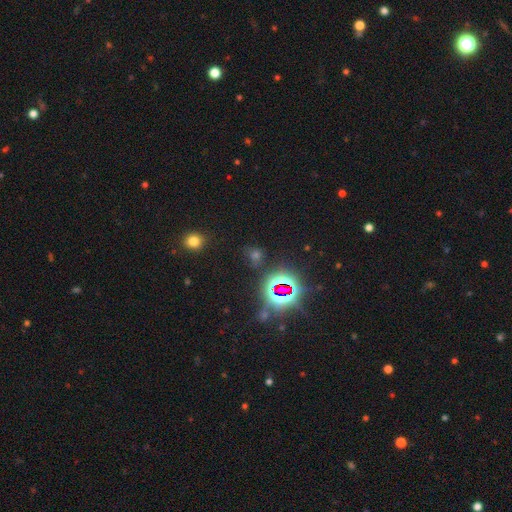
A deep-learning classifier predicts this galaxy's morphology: type=star or artifact (64%).